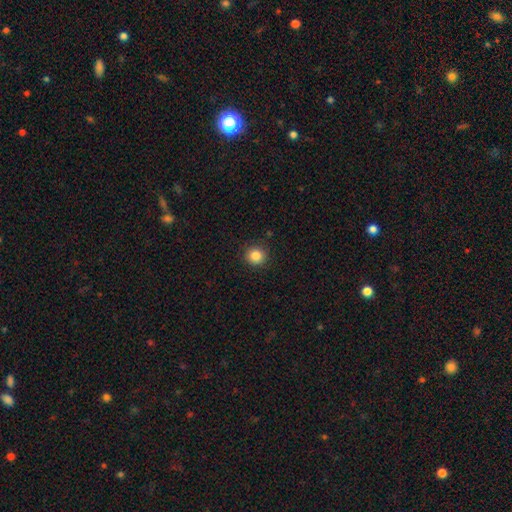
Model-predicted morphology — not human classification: Smooth or featured?
  - smooth: 85% *
  - star or artifact: 10%
  - featured or disk: 5%
How rounded?
  - round: 92% *
  - in between: 7%
  - cigar-shaped: 1%
Merging?
  - none: 90% *
  - minor disturbance: 6%
  - major disturbance: 2%
  - merger: 1%